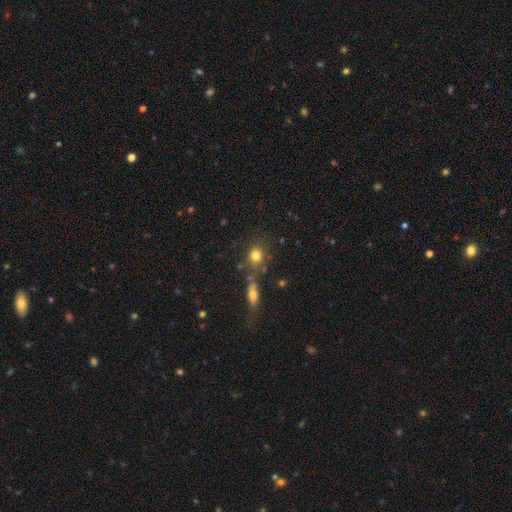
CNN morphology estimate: smooth 78%, star or artifact 13%, featured or disk 9%. Down the decision tree: how rounded — round (74%); merging — none (66%).